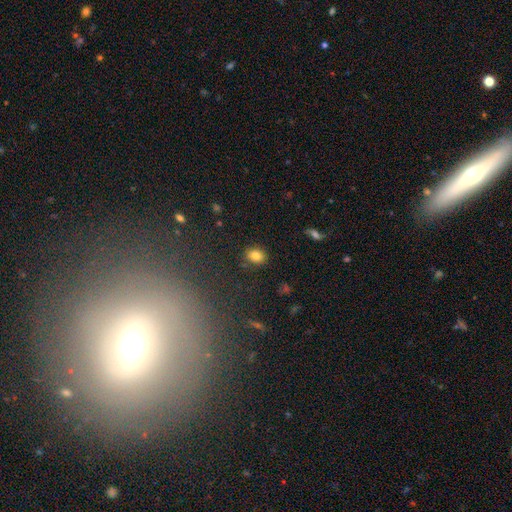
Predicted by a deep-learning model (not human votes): This is clearly a smooth galaxy (81%). How rounded: possibly in between (55%). Merging: clearly none (86%).